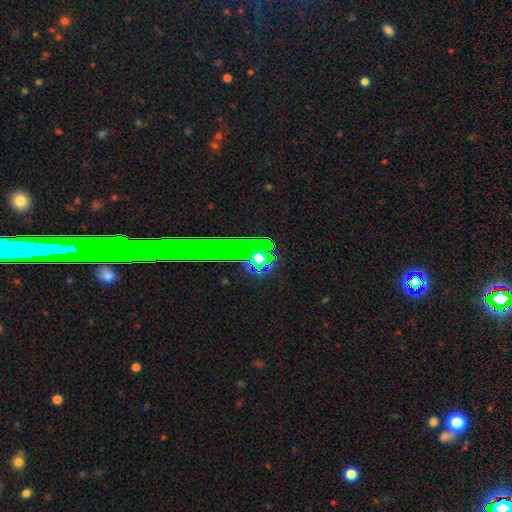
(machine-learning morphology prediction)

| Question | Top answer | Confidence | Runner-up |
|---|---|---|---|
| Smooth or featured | star or artifact | 52% | featured or disk (25%) |